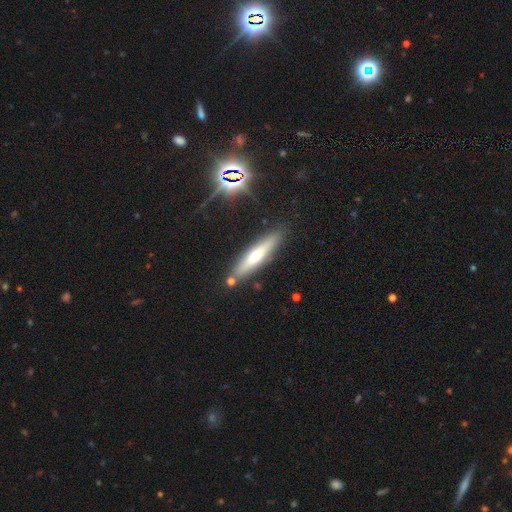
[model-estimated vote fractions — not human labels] Smooth or featured? Predicted: smooth (p=0.54). How rounded? Predicted: cigar-shaped (p=0.81). Merging? Predicted: none (p=0.84).